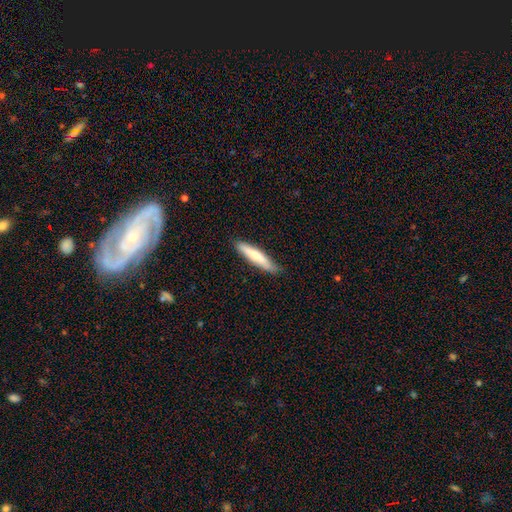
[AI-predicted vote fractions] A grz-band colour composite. It shows a smooth galaxy with no disk features (71%) that is cigar-shaped (87%). Merging: none (84%).